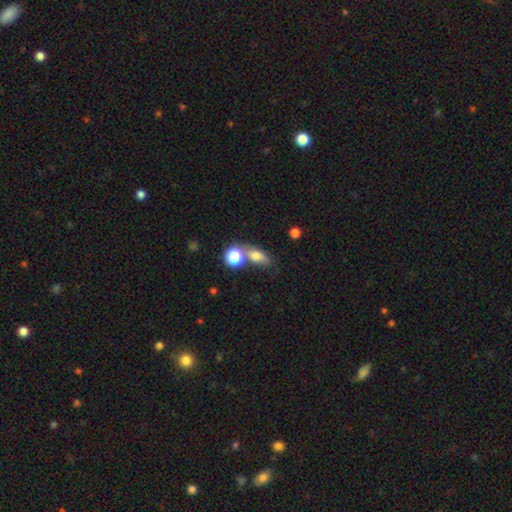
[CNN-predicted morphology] This is likely a smooth galaxy (69%). How rounded: likely in between (61%). Merging: possibly none (51%).